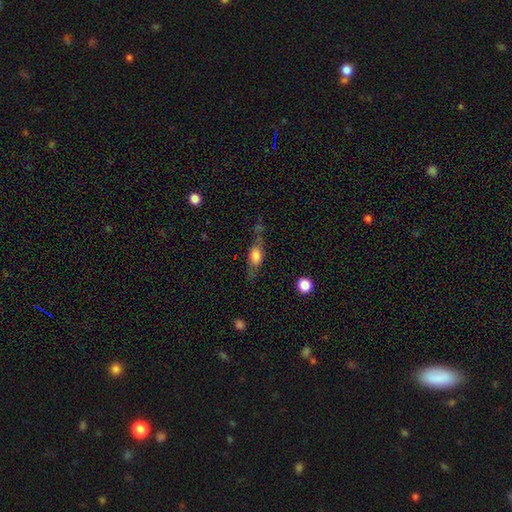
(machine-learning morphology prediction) This is possibly a smooth galaxy (56%). How rounded: possibly in between (57%). Merging: possibly none (59%).